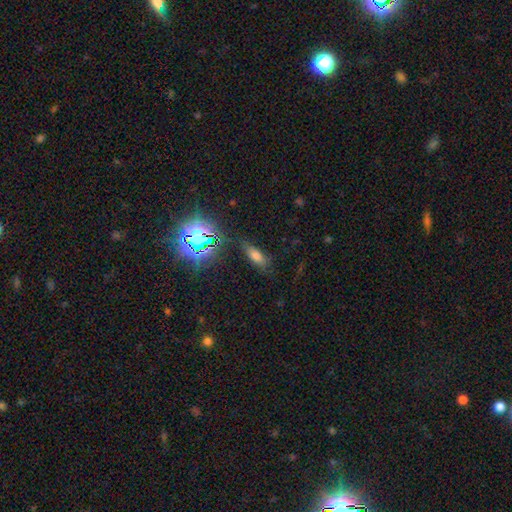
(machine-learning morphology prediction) A smooth galaxy with no disk features (63%) that is in between round and cigar-shaped (66%). Merging: none (73%).